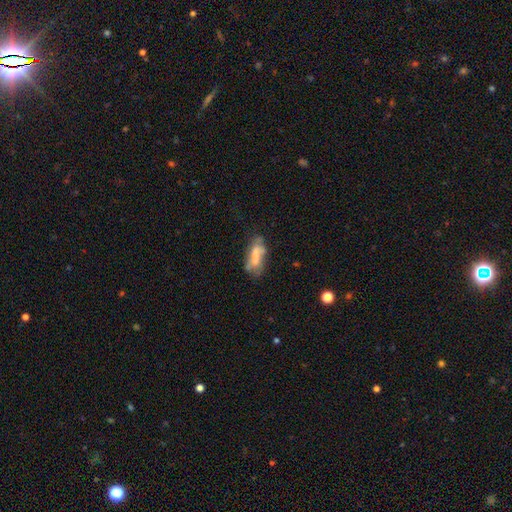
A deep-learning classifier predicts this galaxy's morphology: A smooth galaxy with no disk features (54%) that is in between round and cigar-shaped (74%).

Vote fractions:
- Smooth or featured? smooth: 54% / featured or disk: 37% / star or artifact: 10%
- How rounded? in between: 74% / cigar-shaped: 23% / round: 3%
- Merging? none: 41% / minor disturbance: 28% / major disturbance: 20% / merger: 10%